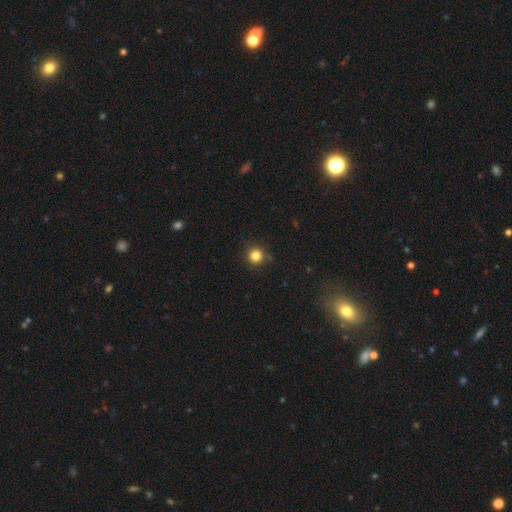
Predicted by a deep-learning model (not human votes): Morphology: type=smooth (84%); roundness=round (94%); merging=none (85%).